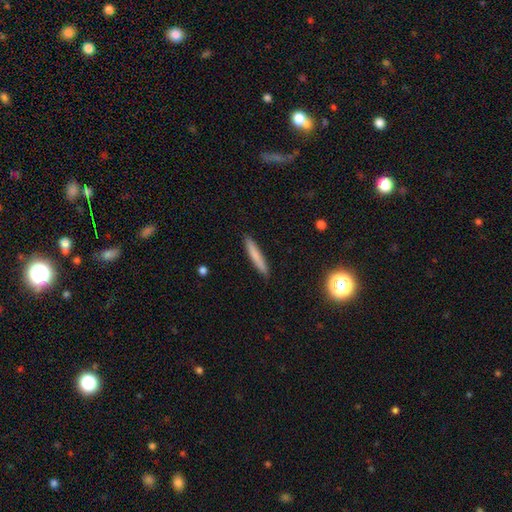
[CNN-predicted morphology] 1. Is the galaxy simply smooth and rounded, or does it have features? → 75% smooth, 18% featured or disk, 8% star or artifact.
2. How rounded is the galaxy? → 94% cigar-shaped, 4% in between, 1% round.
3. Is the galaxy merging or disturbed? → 91% none, 7% minor disturbance, 2% major disturbance, 1% merger.